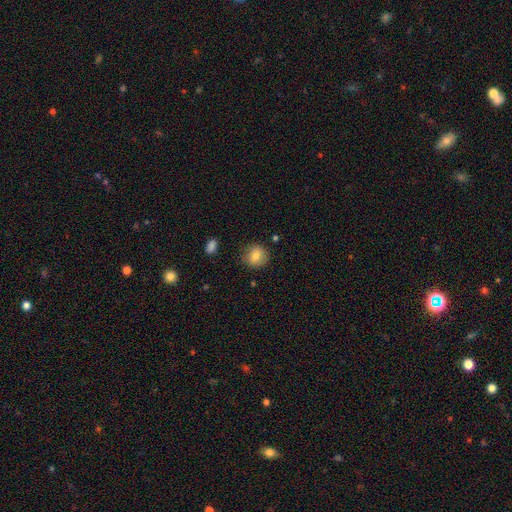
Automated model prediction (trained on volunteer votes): This appears to be a smooth galaxy with no disk features (80%) that is round (88%). Merging: none (85%).